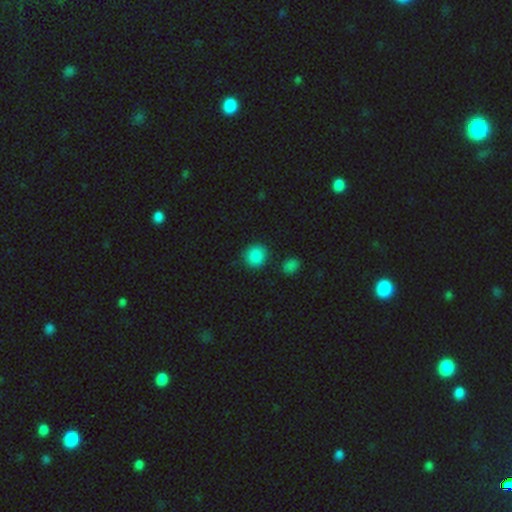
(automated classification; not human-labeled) This is clearly a smooth galaxy (88%). How rounded: clearly round (87%). Merging: clearly none (85%).